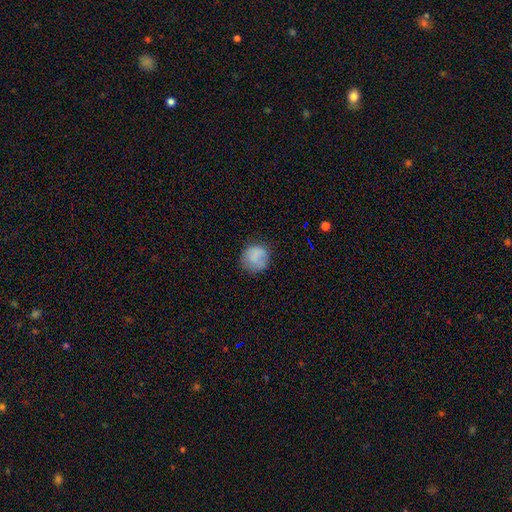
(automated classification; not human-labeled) smooth-or-featured: smooth: 78% | featured or disk: 13% | star or artifact: 9%
  how-rounded: round: 85% | in between: 14% | cigar-shaped: 1%
  merging: none: 69% | minor disturbance: 20% | major disturbance: 8% | merger: 2%